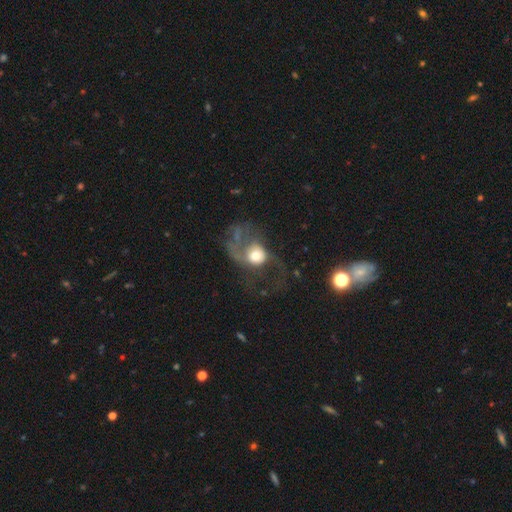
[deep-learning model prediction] Morphology: type=featured or disk (52%); edge-on=no (96%); merging=major disturbance (58%).